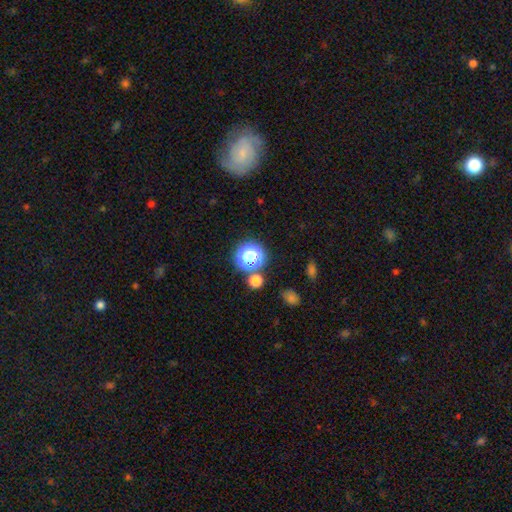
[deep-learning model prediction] smooth_or_featured: smooth (p=0.47) [alt: star or artifact p=0.44]
merging: none (p=0.76) [alt: merger p=0.10]